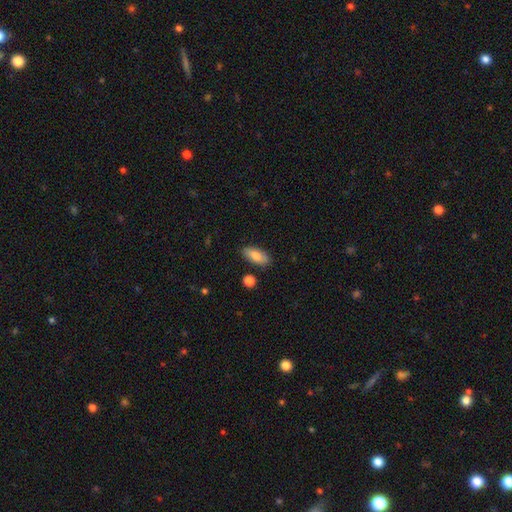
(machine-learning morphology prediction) Smooth or featured? Predicted: smooth (p=0.79). How rounded? Predicted: in between (p=0.84). Merging? Predicted: none (p=0.84).